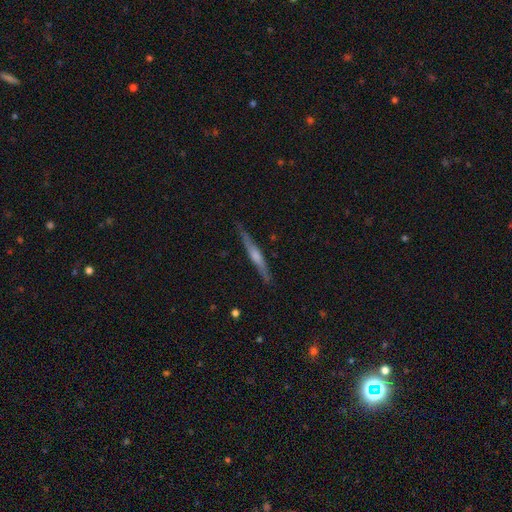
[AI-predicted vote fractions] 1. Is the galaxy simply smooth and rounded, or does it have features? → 68% featured or disk, 26% smooth, 6% star or artifact.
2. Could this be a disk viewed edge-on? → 97% yes, 3% no.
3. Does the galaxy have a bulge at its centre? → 66% rounded, 19% none, 15% boxy.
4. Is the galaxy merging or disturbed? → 87% none, 10% minor disturbance, 2% major disturbance, 1% merger.